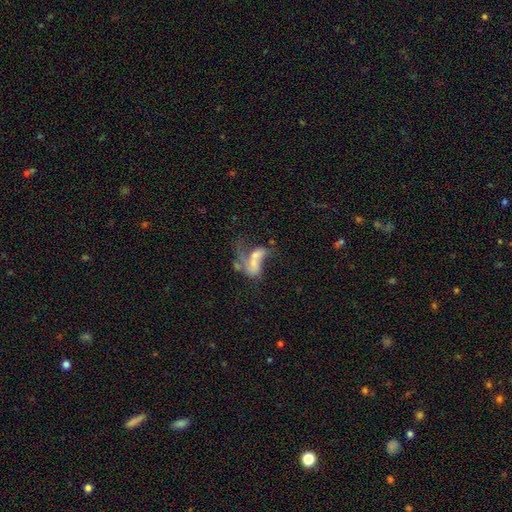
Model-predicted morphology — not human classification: type=featured or disk (49%); merging=major disturbance (41%).